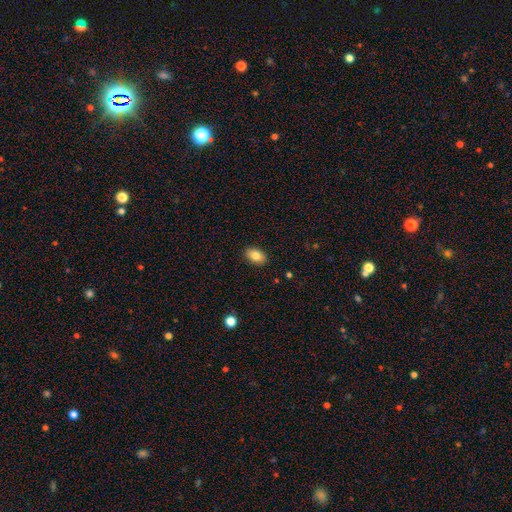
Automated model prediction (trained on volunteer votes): The model was most divided on "how rounded": in between: 87%, round: 12%, cigar-shaped: 1%. More confident: merging — none (89%); smooth or featured — smooth (84%).